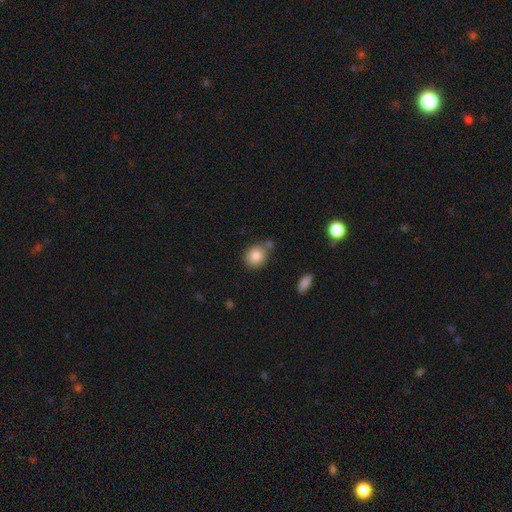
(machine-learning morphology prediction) smooth_or_featured: smooth (p=0.83) [alt: star or artifact p=0.09]
how_rounded: round (p=0.75) [alt: in between p=0.24]
merging: none (p=0.68) [alt: minor disturbance p=0.14]